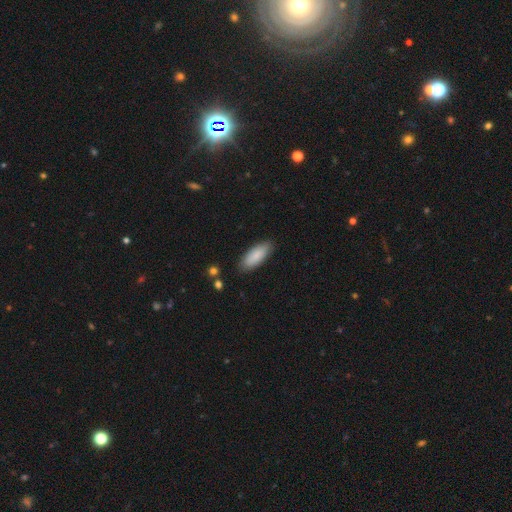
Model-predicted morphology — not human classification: Q: Smooth or featured?
A: smooth (86%); runner-up: featured or disk (9%)
Q: How rounded?
A: in between (76%); runner-up: cigar-shaped (22%)
Q: Merging?
A: none (85%); runner-up: minor disturbance (11%)